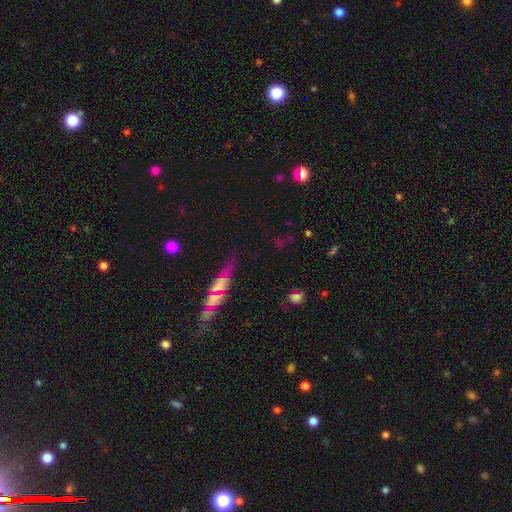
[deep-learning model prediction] Morphology: type=star or artifact (42%).